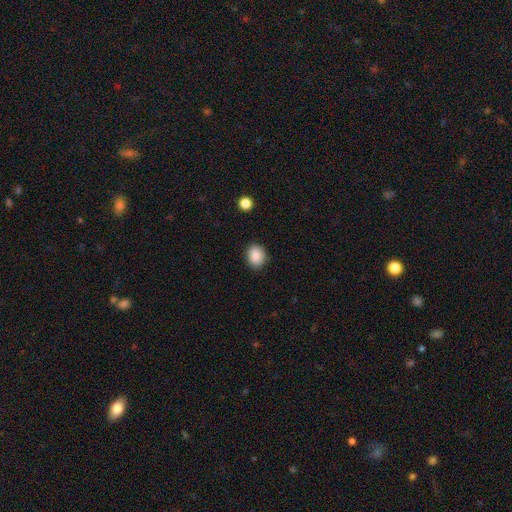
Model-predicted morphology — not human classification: Smooth or featured? Predicted: smooth (p=0.88). How rounded? Predicted: in between (p=0.50). Merging? Predicted: none (p=0.88).